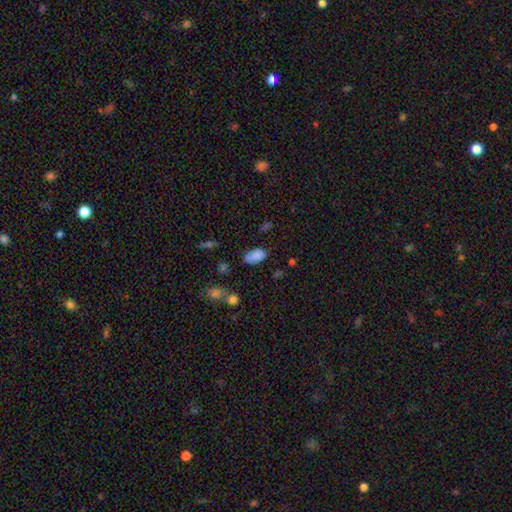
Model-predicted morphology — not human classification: smooth 86%, star or artifact 10%, featured or disk 5%. Down the decision tree: how rounded — in between (94%); merging — none (75%).